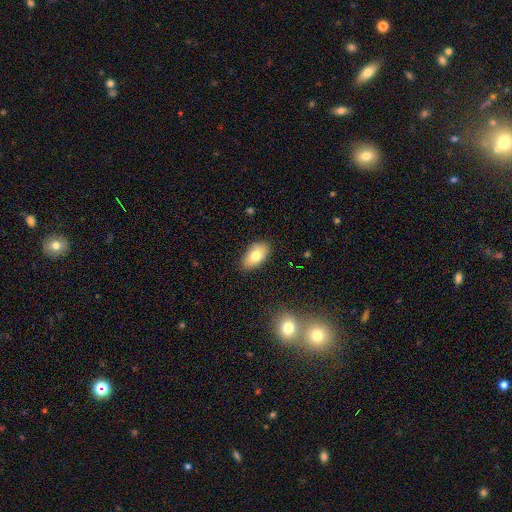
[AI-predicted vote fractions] Overall: smooth (76%). How rounded: in between (92%). Merging: none (85%).